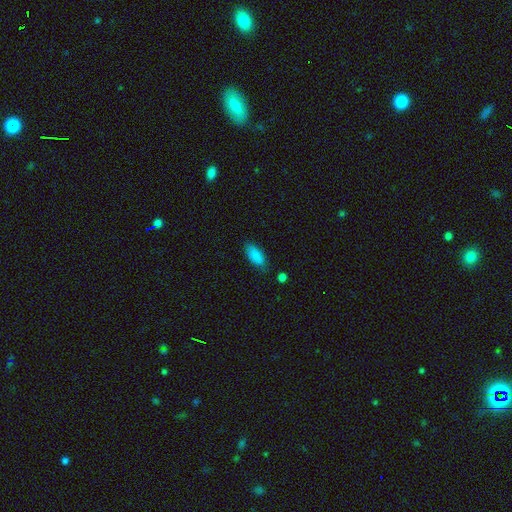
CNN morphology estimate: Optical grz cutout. It shows a smooth galaxy with no disk features (88%) that is in between round and cigar-shaped (85%). Merging: none (77%).